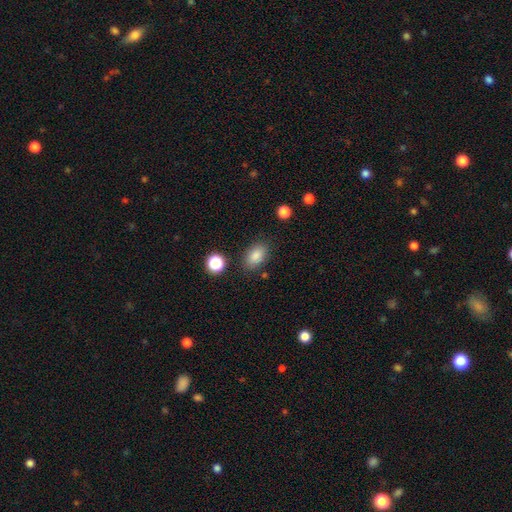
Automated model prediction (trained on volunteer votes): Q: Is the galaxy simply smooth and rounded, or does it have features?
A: smooth — 85%.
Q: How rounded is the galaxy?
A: in between — 87%.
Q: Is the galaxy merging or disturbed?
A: none — 82%.